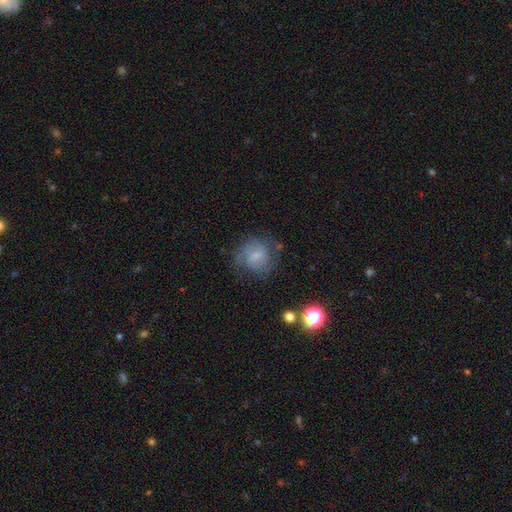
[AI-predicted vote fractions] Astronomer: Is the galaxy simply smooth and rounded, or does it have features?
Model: smooth — 49% (runner-up: featured or disk, 41%).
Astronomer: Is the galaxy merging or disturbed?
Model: none — 58%.